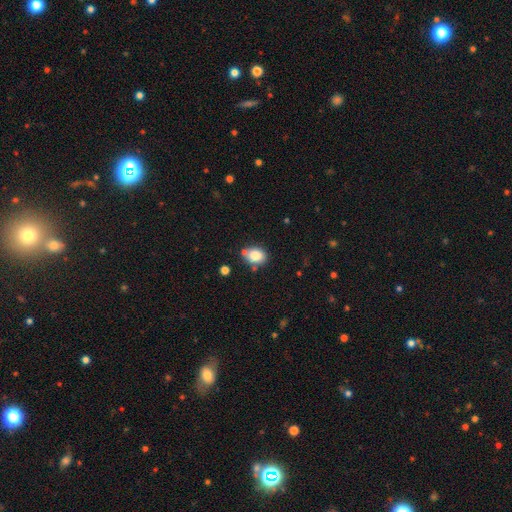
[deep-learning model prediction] smooth 83%, star or artifact 9%, featured or disk 7%. Down the decision tree: how rounded — in between (53%); merging — none (70%).